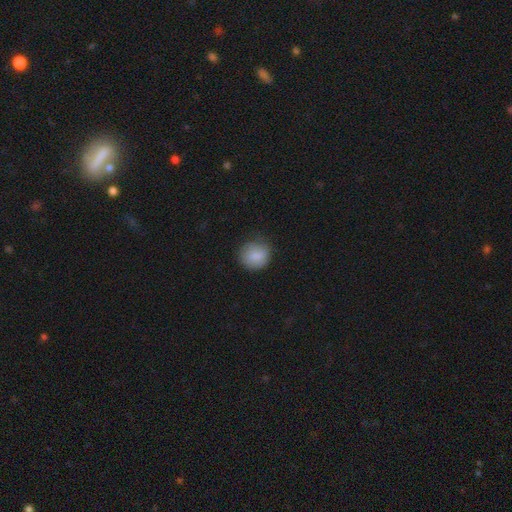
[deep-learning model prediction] Morphology: type=smooth (83%); roundness=round (87%); merging=none (72%).